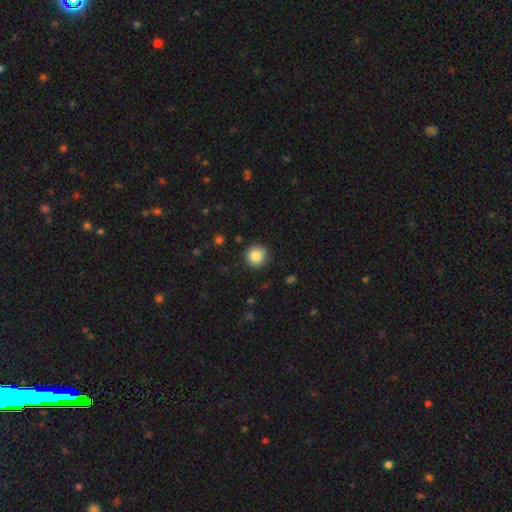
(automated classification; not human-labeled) The model was most divided on "smooth or featured": smooth: 85%, star or artifact: 9%, featured or disk: 6%. More confident: how rounded — round (94%); merging — none (89%).